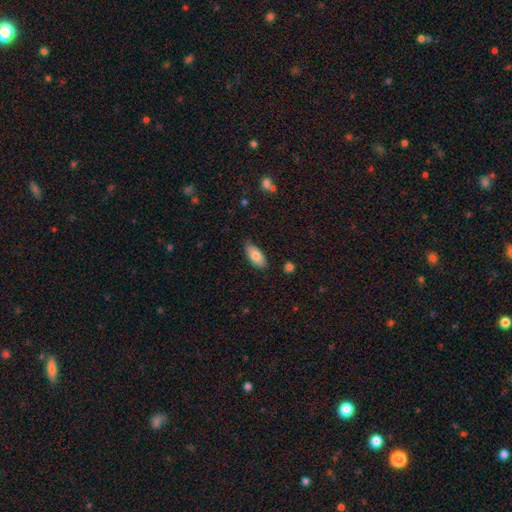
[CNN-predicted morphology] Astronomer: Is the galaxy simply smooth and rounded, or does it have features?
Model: smooth — 79%.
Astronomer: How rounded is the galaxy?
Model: in between — 89%.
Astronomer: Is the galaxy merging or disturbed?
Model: none — 82%.